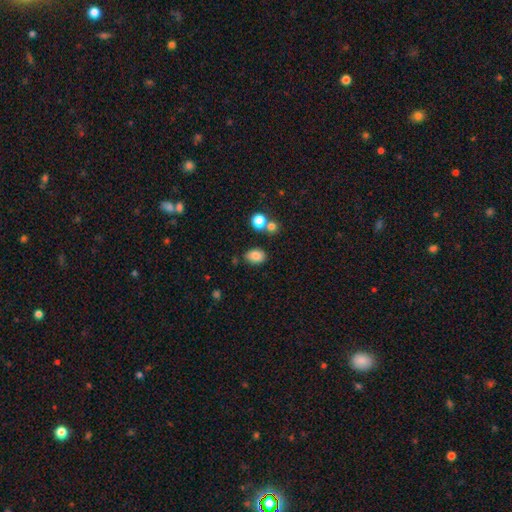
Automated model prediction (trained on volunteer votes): Q: Smooth or featured?
A: smooth (83%); runner-up: star or artifact (11%)
Q: How rounded?
A: in between (74%); runner-up: round (25%)
Q: Merging?
A: none (75%); runner-up: minor disturbance (14%)